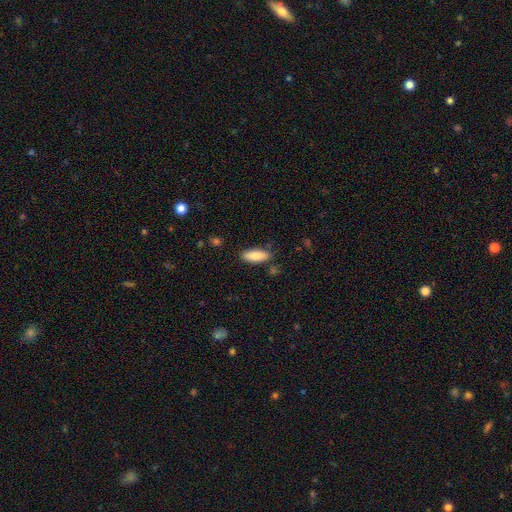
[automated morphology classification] A smooth galaxy with no disk features (84%) that is in between round and cigar-shaped (71%). Merging: none (82%).